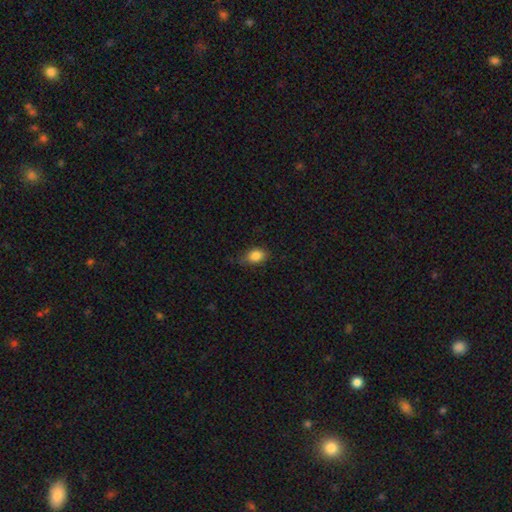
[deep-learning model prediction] Q: Smooth or featured?
A: smooth (85%); runner-up: star or artifact (9%)
Q: How rounded?
A: in between (75%); runner-up: round (23%)
Q: Merging?
A: none (65%); runner-up: minor disturbance (28%)